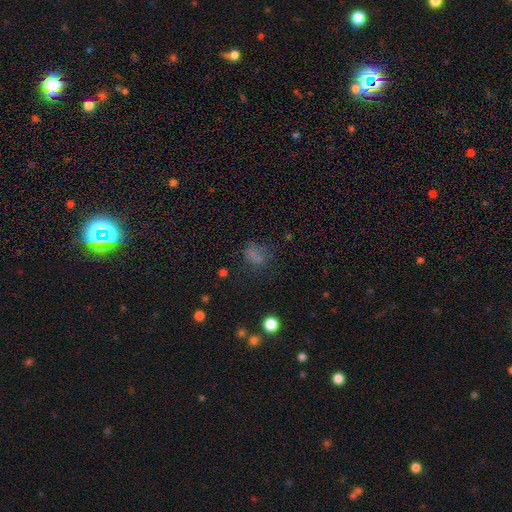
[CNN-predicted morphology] This appears to be a smooth galaxy with no disk features (64%) that is in between round and cigar-shaped (50%). Merging: none (56%).